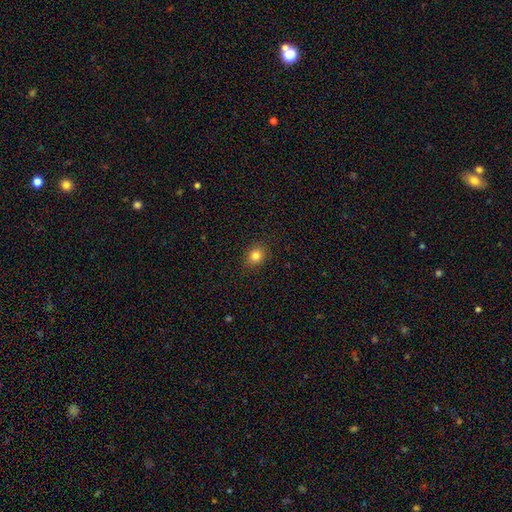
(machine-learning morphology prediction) The model was most divided on "how rounded": round: 69%, in between: 30%, cigar-shaped: 1%. More confident: merging — none (89%); smooth or featured — smooth (82%).